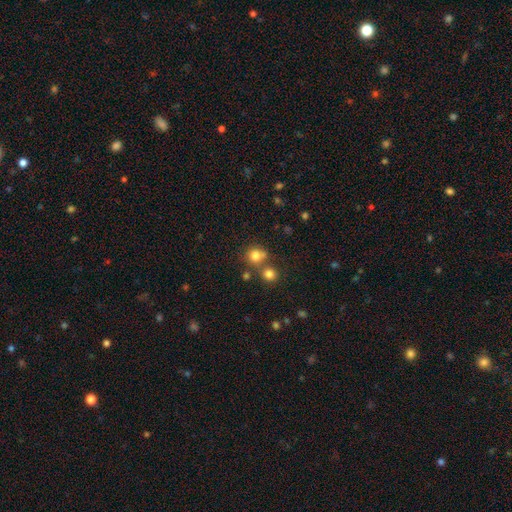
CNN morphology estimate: This appears to be a smooth galaxy with no disk features (78%) that is round (86%). Merging: none (56%).